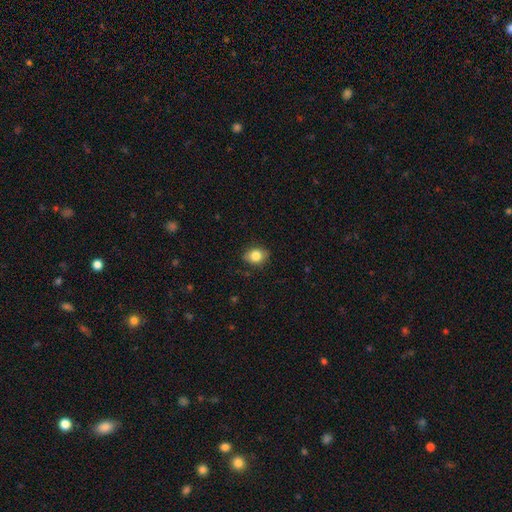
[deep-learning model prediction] Smooth or featured: smooth — 83% (star or artifact — 9%)
How rounded: in between — 56% (round — 43%)
Merging: none — 82% (minor disturbance — 14%)